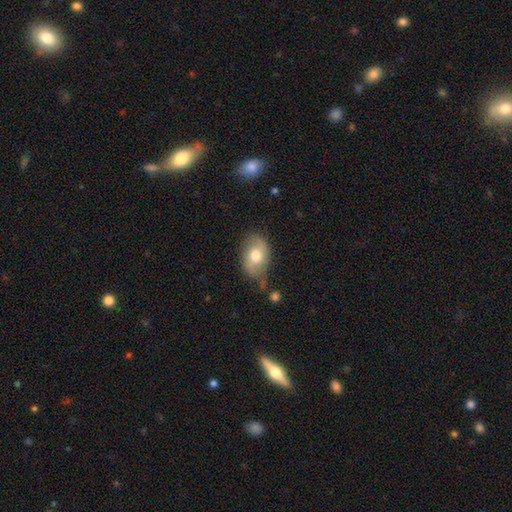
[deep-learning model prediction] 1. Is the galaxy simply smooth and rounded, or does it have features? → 63% smooth, 30% featured or disk, 7% star or artifact.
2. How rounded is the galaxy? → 86% in between, 13% round, 2% cigar-shaped.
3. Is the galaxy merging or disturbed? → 65% none, 24% minor disturbance, 7% major disturbance, 4% merger.